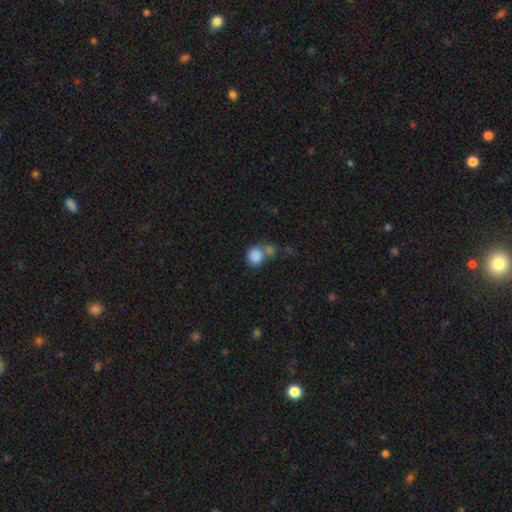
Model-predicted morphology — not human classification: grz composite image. It shows a smooth galaxy with no disk features (85%) that is round (79%). Merging: none (42%).